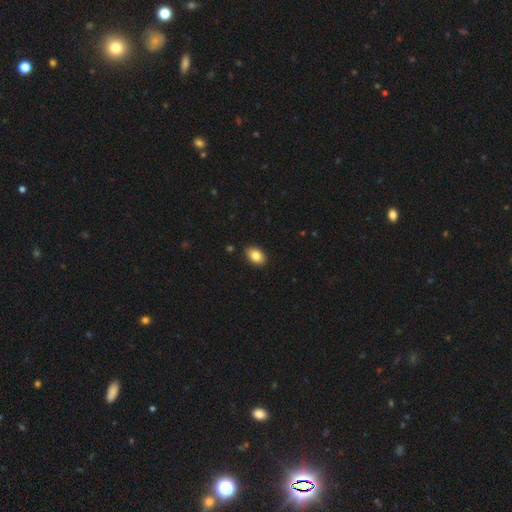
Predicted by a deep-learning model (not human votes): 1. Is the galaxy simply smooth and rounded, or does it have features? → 85% smooth, 8% star or artifact, 7% featured or disk.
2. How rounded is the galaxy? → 84% in between, 15% round, 1% cigar-shaped.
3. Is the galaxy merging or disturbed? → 89% none, 8% minor disturbance, 2% major disturbance, 1% merger.